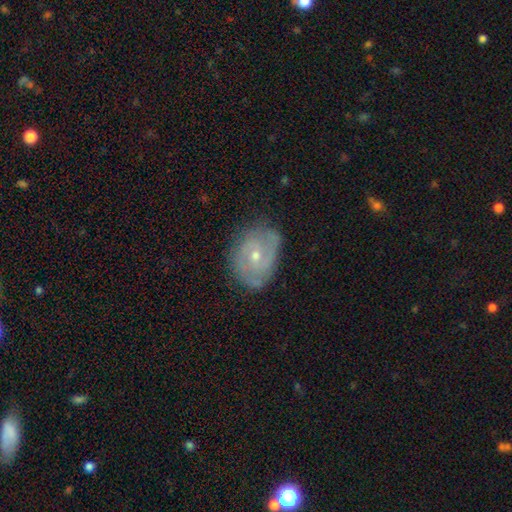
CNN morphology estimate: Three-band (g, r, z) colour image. It shows a featured or disk galaxy (76%) with no bar (63%), 2 (52%) tight (49%) spiral arms (89%) and a small central bulge (56%). Merging: none (69%).